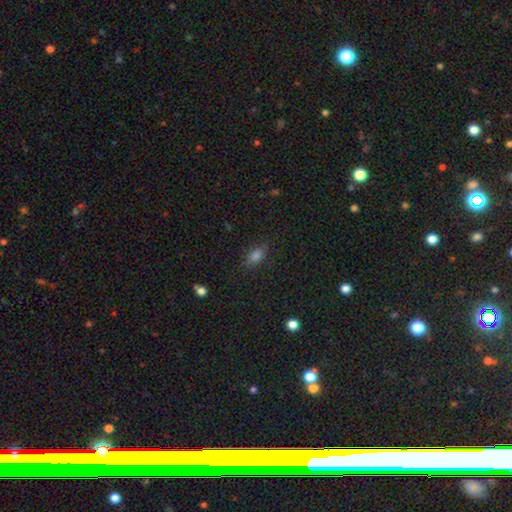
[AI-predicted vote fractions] Smooth or featured?
  - smooth: 76% *
  - star or artifact: 15%
  - featured or disk: 9%
How rounded?
  - in between: 80% *
  - round: 11%
  - cigar-shaped: 9%
Merging?
  - none: 83% *
  - minor disturbance: 12%
  - major disturbance: 3%
  - merger: 1%